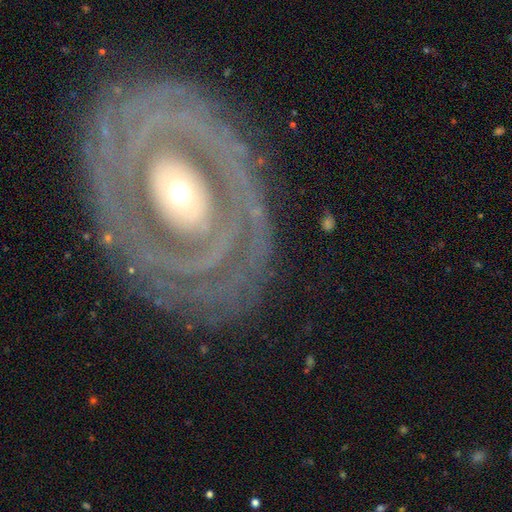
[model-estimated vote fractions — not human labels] Morphology: type=featured or disk (87%); edge-on=no (96%); bar=no (72%); spiral arms=yes (81%); winding=tight (81%); arm count=can't tell (31%); bulge=moderate (56%); merging=none (81%).